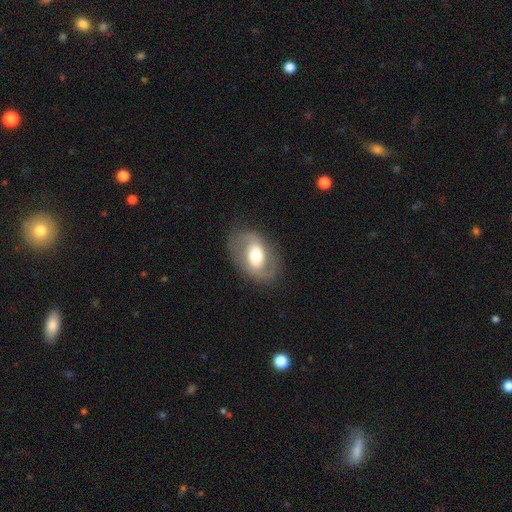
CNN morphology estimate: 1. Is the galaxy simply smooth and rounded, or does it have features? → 62% featured or disk, 31% smooth, 7% star or artifact.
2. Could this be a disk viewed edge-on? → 94% no, 6% yes.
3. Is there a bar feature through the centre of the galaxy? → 50% no, 33% weak, 18% strong.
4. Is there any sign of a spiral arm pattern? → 63% yes, 37% no.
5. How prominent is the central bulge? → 59% moderate, 28% large, 9% small, 3% dominant, 1% none.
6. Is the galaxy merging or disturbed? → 77% none, 14% minor disturbance, 8% major disturbance, 1% merger.